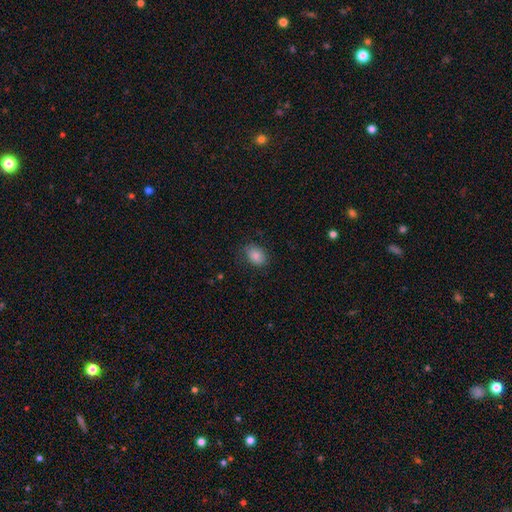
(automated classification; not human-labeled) Overall: smooth (86%). How rounded: in between (75%). Merging: none (79%).